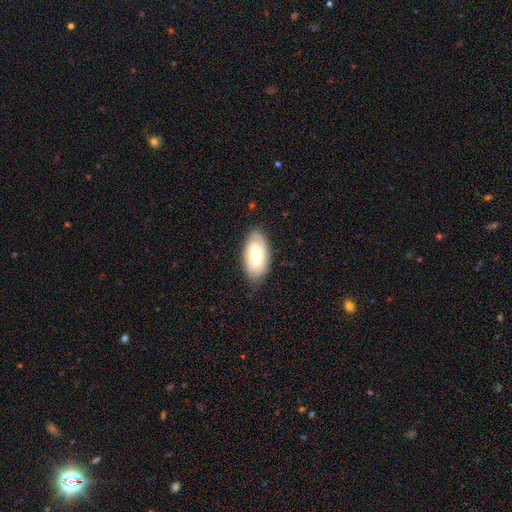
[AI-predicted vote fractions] Smooth or featured: smooth — 47% (tied with featured or disk — 47%)
Merging: none — 77% (minor disturbance — 18%)